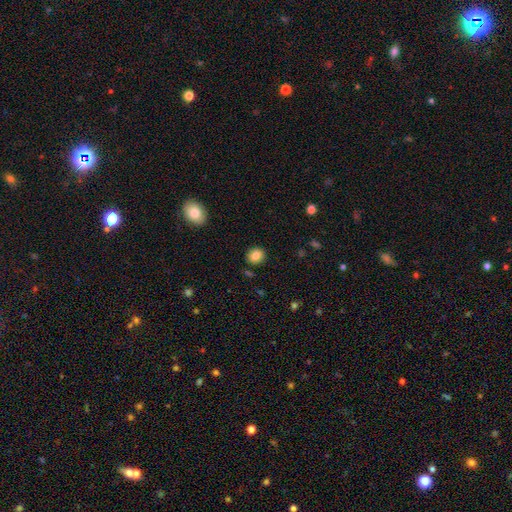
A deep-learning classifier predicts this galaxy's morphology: smooth_or_featured: smooth (p=0.84) [alt: star or artifact p=0.10]
how_rounded: round (p=0.75) [alt: in between p=0.24]
merging: none (p=0.88) [alt: minor disturbance p=0.08]